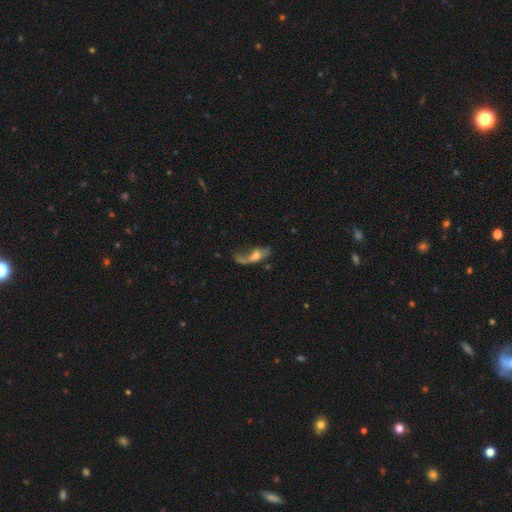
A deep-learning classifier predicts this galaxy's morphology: Smooth or featured? featured or disk (54%)
Edge-on disk? no (69%)
Merging? major disturbance (40%)